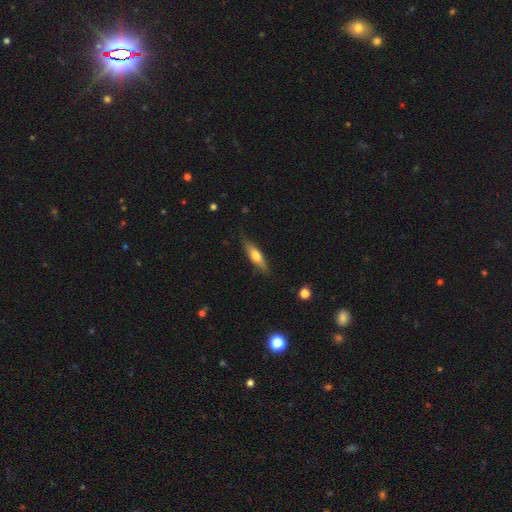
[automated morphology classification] Smooth or featured? Predicted: smooth (p=0.51). How rounded? Predicted: cigar-shaped (p=0.67). Merging? Predicted: none (p=0.83).